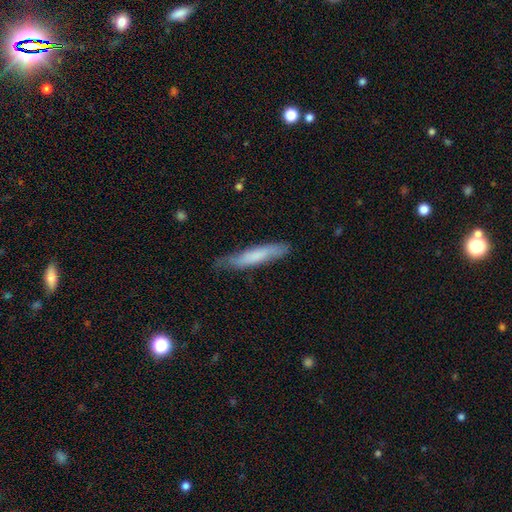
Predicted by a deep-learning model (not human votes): Smooth or featured? smooth (66%)
How rounded? cigar-shaped (88%)
Merging? none (69%)